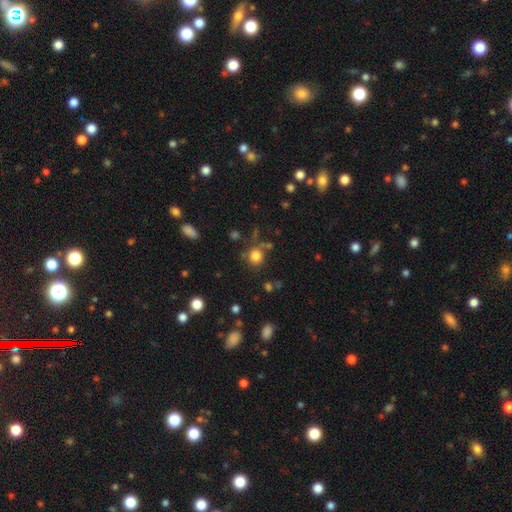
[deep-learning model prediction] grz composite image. It shows a smooth galaxy with no disk features (80%) that is round (86%). Merging: none (73%).